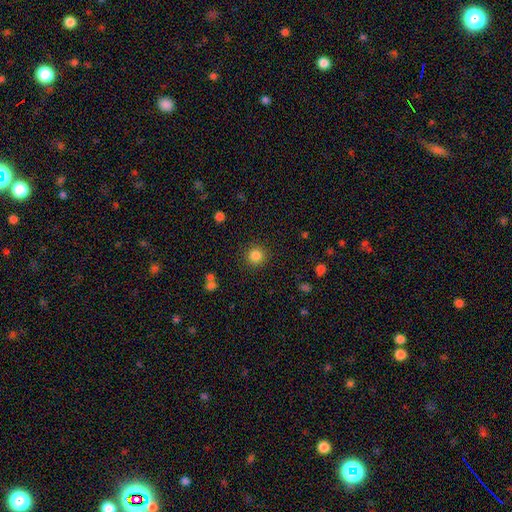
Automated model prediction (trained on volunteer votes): The model was most divided on "smooth or featured": smooth: 84%, star or artifact: 12%, featured or disk: 5%. More confident: how rounded — round (94%); merging — none (89%).